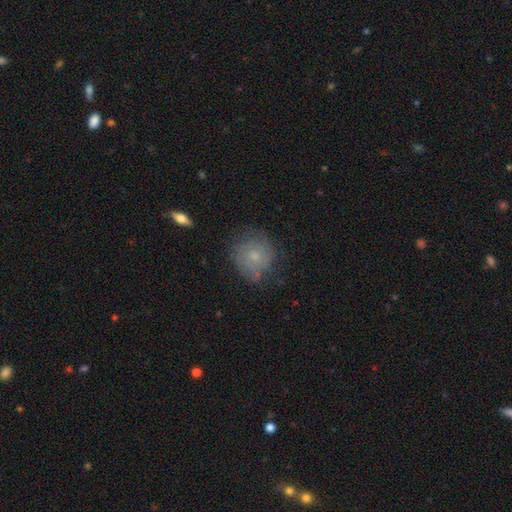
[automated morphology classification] type=smooth (64%); roundness=round (85%); merging=none (67%).